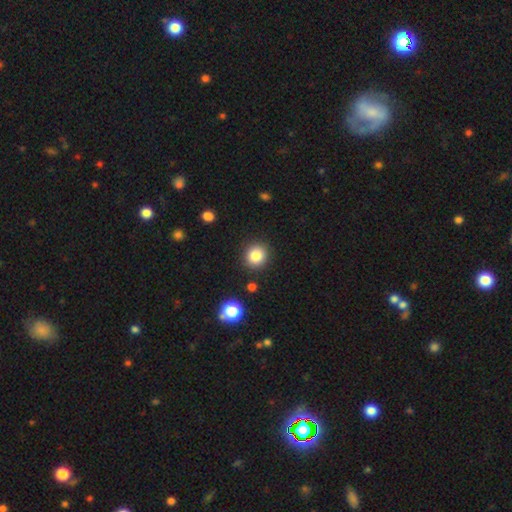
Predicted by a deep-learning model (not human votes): smooth-or-featured: smooth: 83% | star or artifact: 11% | featured or disk: 6%
  how-rounded: round: 87% | in between: 12% | cigar-shaped: 1%
  merging: none: 88% | minor disturbance: 7% | merger: 3% | major disturbance: 2%